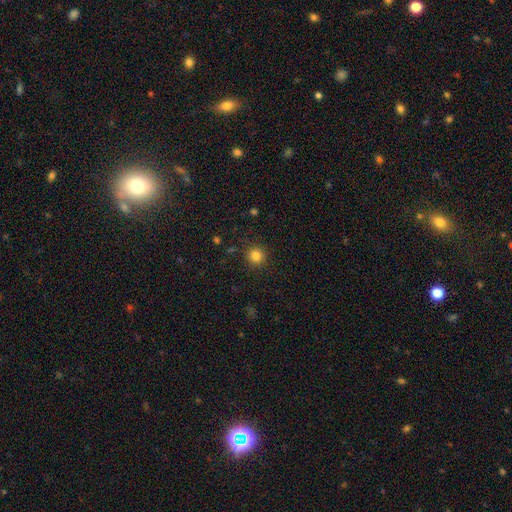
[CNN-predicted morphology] A smooth galaxy with no disk features (83%) that is round (94%). Merging: none (91%).